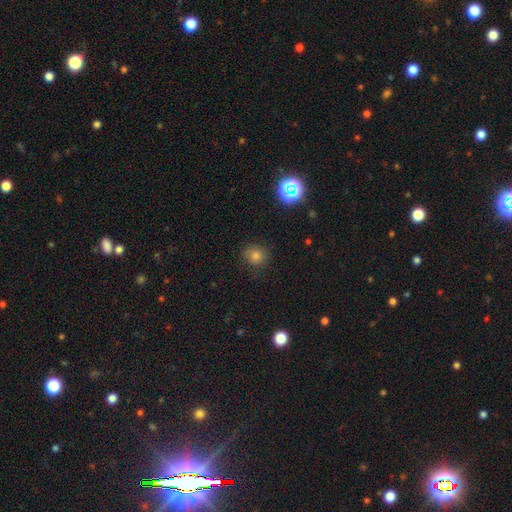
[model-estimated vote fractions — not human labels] Morphology: type=smooth (74%); roundness=round (88%); merging=none (84%).